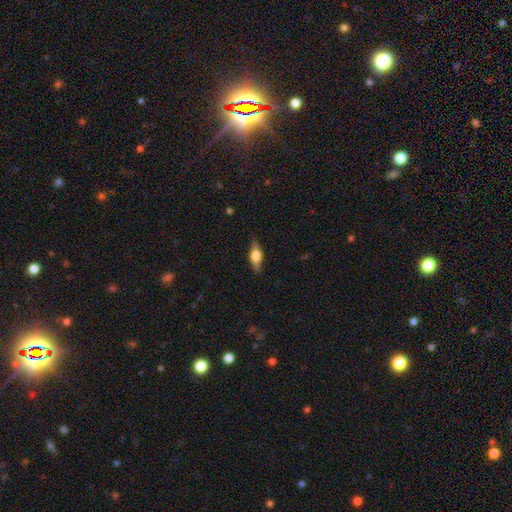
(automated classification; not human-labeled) Smooth or featured: featured or disk — 50% (smooth — 43%)
Merging: none — 85% (minor disturbance — 12%)